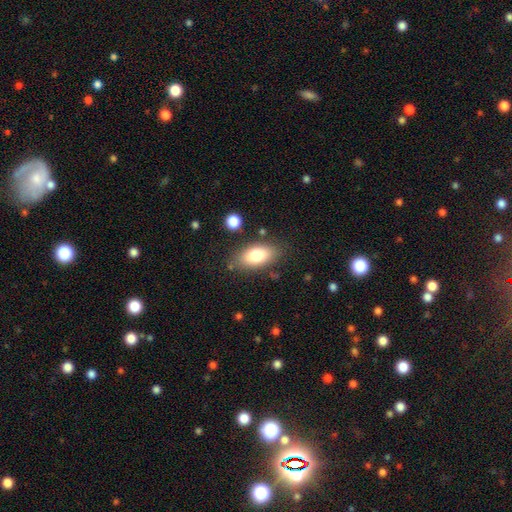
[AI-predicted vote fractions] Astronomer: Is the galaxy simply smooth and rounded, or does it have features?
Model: smooth — 78%.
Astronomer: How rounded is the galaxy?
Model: in between — 89%.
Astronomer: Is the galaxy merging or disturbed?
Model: none — 80%.